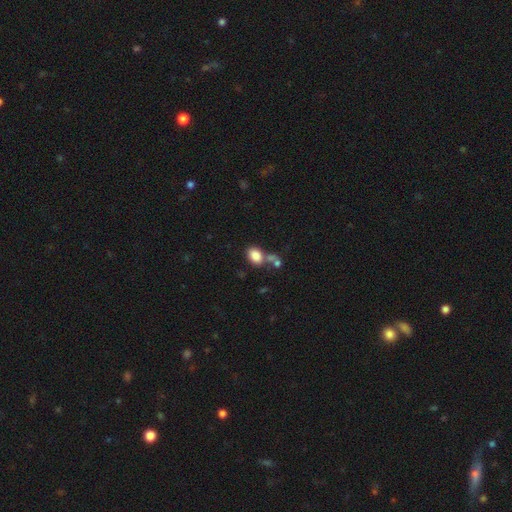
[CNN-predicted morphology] A smooth galaxy with no disk features (84%) that is in between round and cigar-shaped (78%). Merging: none (54%).